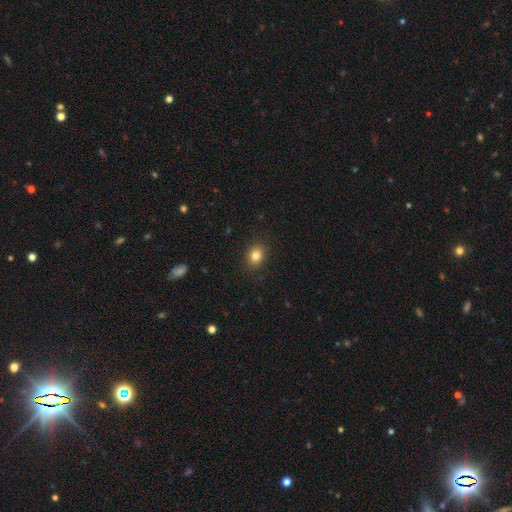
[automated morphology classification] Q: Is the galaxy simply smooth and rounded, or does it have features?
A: smooth — 83%.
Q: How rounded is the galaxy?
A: round — 53%.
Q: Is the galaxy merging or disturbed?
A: none — 89%.